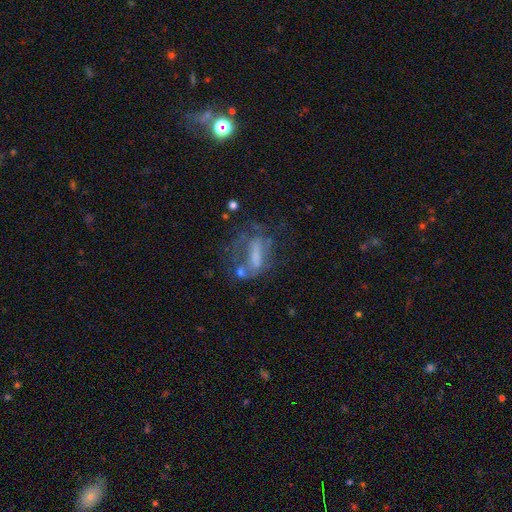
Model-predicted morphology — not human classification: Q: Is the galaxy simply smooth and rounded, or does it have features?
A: featured or disk — 51%.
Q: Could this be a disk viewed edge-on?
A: no — 88%.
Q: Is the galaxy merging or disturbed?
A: major disturbance — 39%.